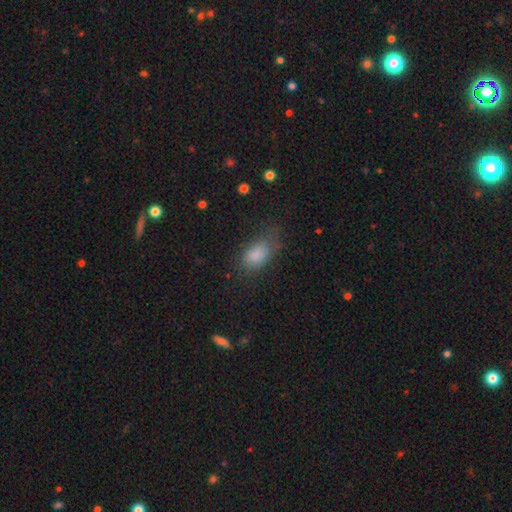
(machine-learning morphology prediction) Q: Smooth or featured?
A: smooth (82%); runner-up: star or artifact (10%)
Q: How rounded?
A: in between (88%); runner-up: round (7%)
Q: Merging?
A: none (60%); runner-up: minor disturbance (26%)